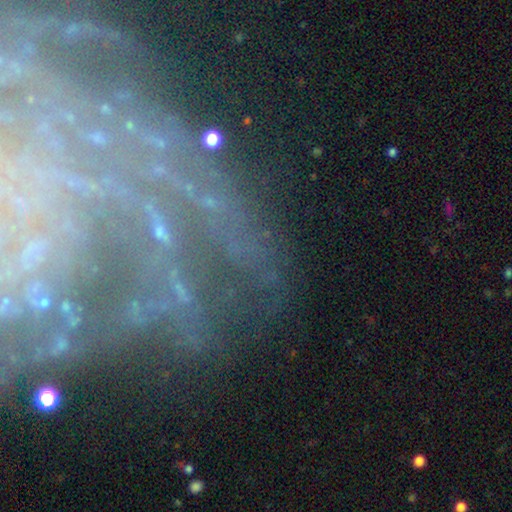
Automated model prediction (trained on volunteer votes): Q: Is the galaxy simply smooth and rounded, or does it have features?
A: featured or disk — 60%.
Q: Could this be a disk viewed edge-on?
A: no — 91%.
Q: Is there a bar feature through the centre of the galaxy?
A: no — 41%.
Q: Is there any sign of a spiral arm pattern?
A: yes — 80%.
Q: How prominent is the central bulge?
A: small — 59%.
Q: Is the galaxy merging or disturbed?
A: none — 67%.